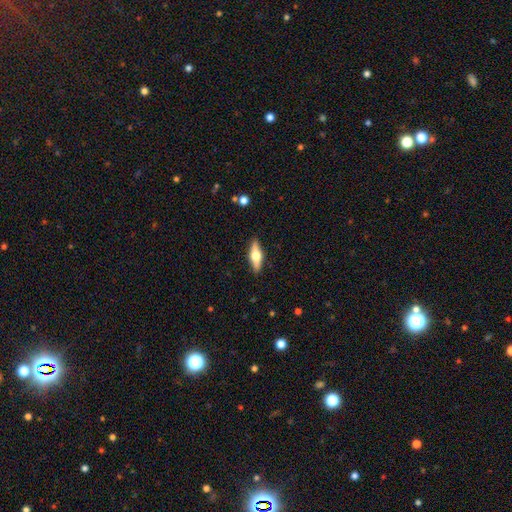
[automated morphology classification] Smooth or featured: featured or disk — 56% (smooth — 38%)
Edge-on disk: yes — 93% (no — 7%)
Edge-on bulge: rounded — 95% (boxy — 4%)
Merging: none — 89% (minor disturbance — 8%)